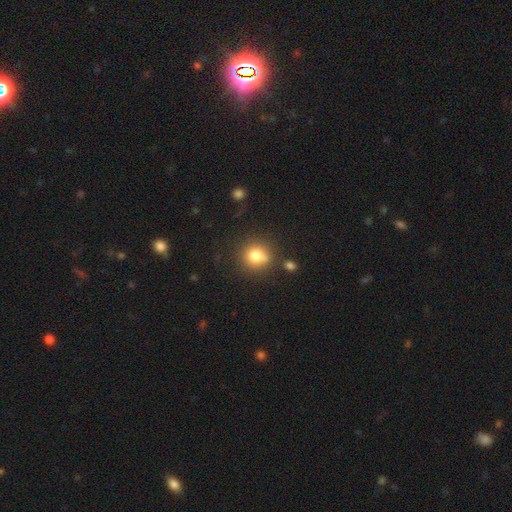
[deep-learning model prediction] Overall: smooth (78%). How rounded: round (88%). Merging: none (72%).